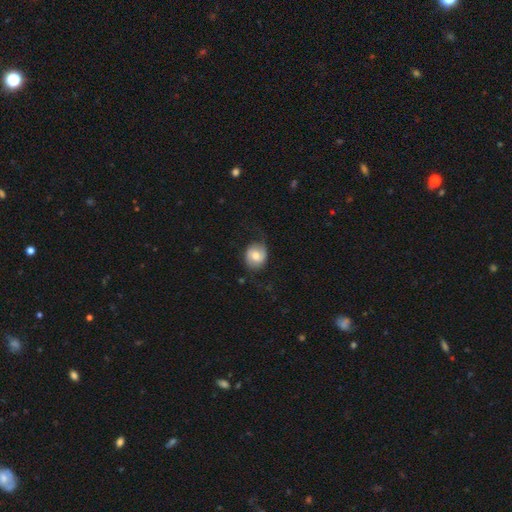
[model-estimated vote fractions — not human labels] smooth 54%, featured or disk 39%, star or artifact 7%. Down the decision tree: how rounded — round (69%); merging — none (63%).